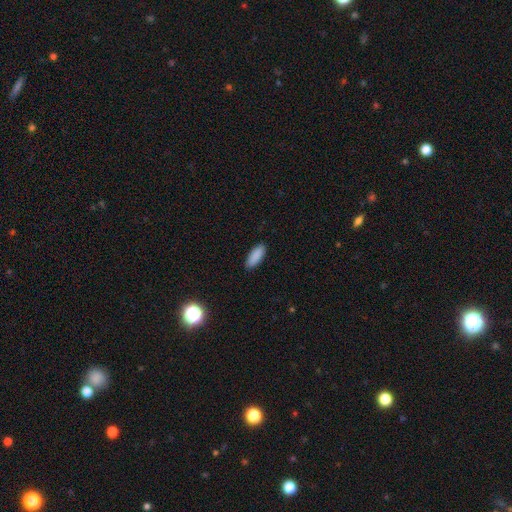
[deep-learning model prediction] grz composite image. It shows a smooth galaxy with no disk features (90%) that is in between round and cigar-shaped (72%). Merging: none (89%).